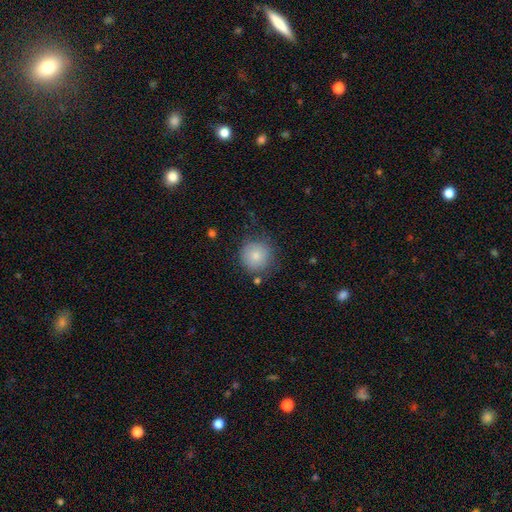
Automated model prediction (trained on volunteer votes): Smooth or featured? Predicted: smooth (p=0.81). How rounded? Predicted: round (p=0.93). Merging? Predicted: none (p=0.74).